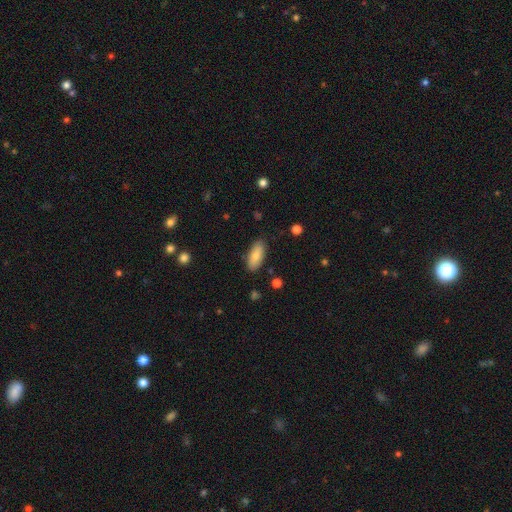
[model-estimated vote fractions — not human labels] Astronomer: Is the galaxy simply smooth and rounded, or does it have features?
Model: smooth — 82%.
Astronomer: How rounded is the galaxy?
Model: in between — 82%.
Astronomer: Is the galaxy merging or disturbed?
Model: none — 85%.